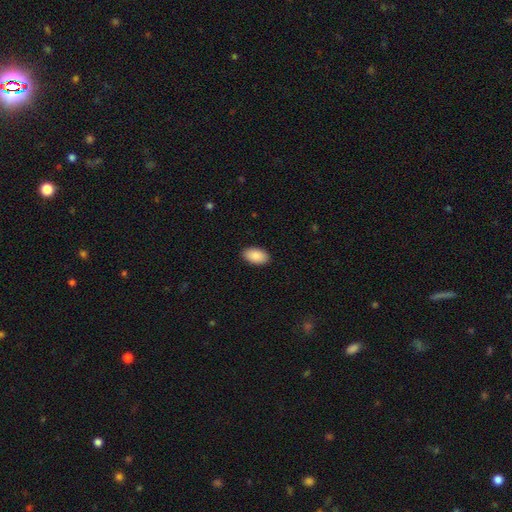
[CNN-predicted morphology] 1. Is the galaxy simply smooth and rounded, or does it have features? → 90% smooth, 6% star or artifact, 4% featured or disk.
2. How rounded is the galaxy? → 95% in between, 3% round, 2% cigar-shaped.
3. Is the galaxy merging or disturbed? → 90% none, 7% minor disturbance, 2% major disturbance, 1% merger.